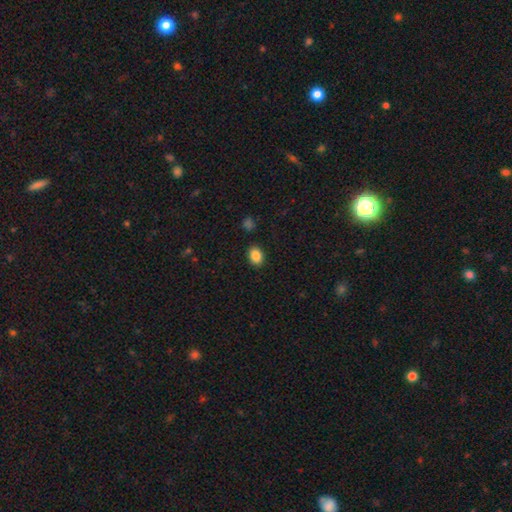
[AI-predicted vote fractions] Smooth or featured: smooth — 88% (star or artifact — 9%)
How rounded: in between — 77% (round — 22%)
Merging: none — 89% (minor disturbance — 8%)